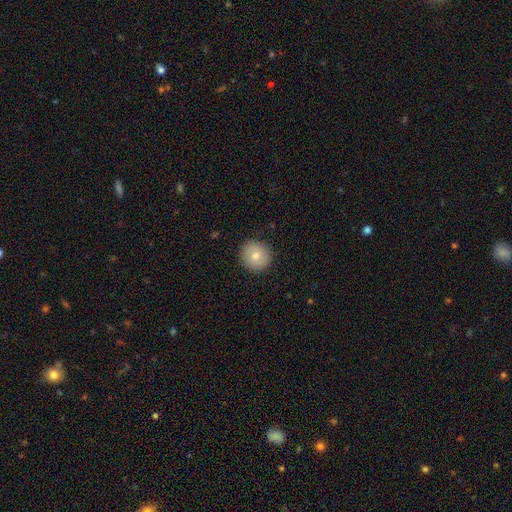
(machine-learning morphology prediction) Smooth or featured?
  - smooth: 76% *
  - featured or disk: 15%
  - star or artifact: 8%
How rounded?
  - round: 93% *
  - in between: 6%
  - cigar-shaped: 1%
Merging?
  - none: 90% *
  - minor disturbance: 7%
  - major disturbance: 2%
  - merger: 1%